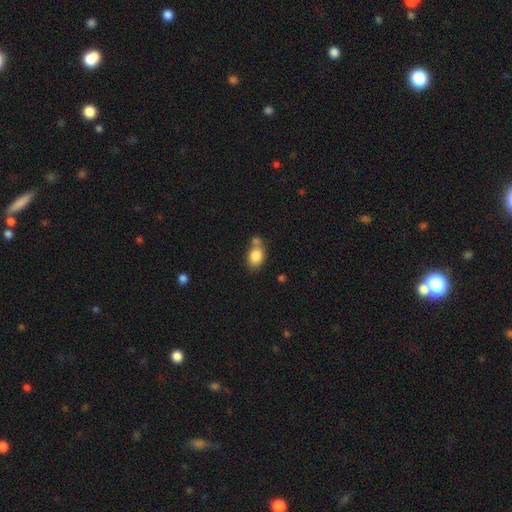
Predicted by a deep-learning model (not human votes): This is clearly a smooth galaxy (84%). How rounded: likely in between (73%). Merging: possibly none (48%).